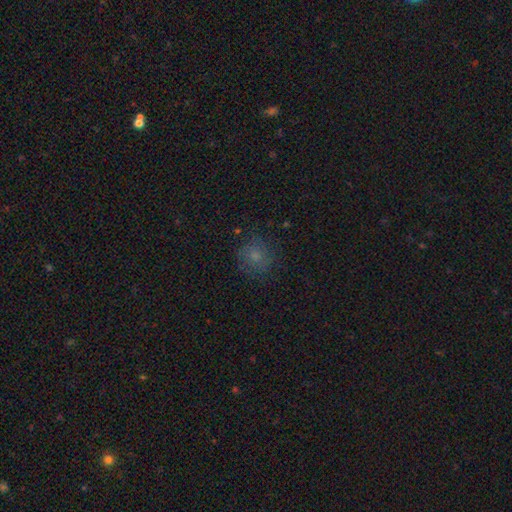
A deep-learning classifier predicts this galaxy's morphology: This is likely a smooth galaxy (65%). How rounded: clearly round (84%). Merging: likely none (76%).